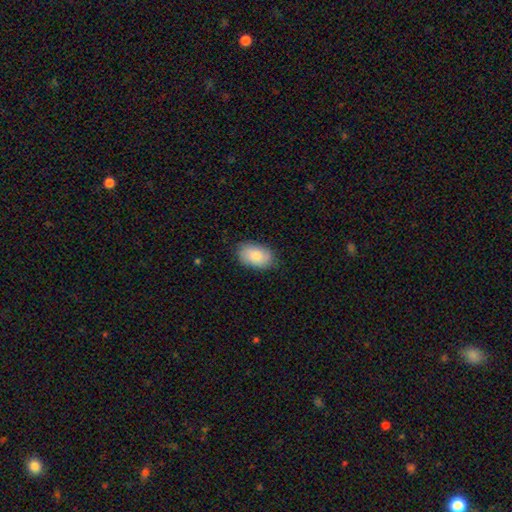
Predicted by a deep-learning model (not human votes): Q: Smooth or featured?
A: smooth (82%); runner-up: featured or disk (12%)
Q: How rounded?
A: in between (91%); runner-up: round (8%)
Q: Merging?
A: none (82%); runner-up: minor disturbance (14%)